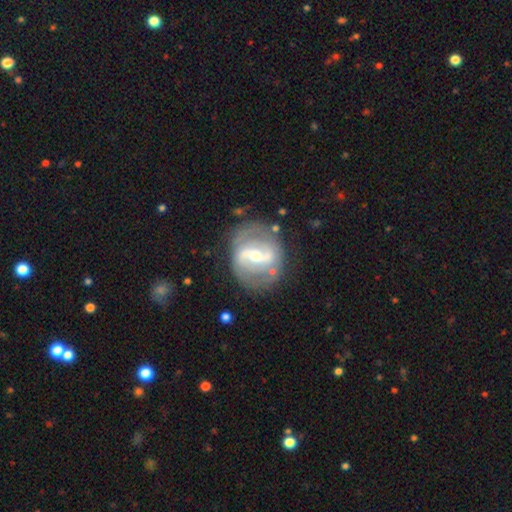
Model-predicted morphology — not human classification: smooth_or_featured: featured or disk (p=0.82) [alt: smooth p=0.13]
disk_edge_on: no (p=0.97) [alt: yes p=0.03]
bar: strong (p=0.44) [alt: weak p=0.39]
has_spiral_arms: yes (p=0.84) [alt: no p=0.16]
spiral_winding: medium (p=0.47) [alt: loose p=0.27]
spiral_arm_count: 2 (p=0.83) [alt: can't tell p=0.10]
bulge_size: moderate (p=0.48) [alt: small p=0.47]
merging: none (p=0.73) [alt: minor disturbance p=0.16]